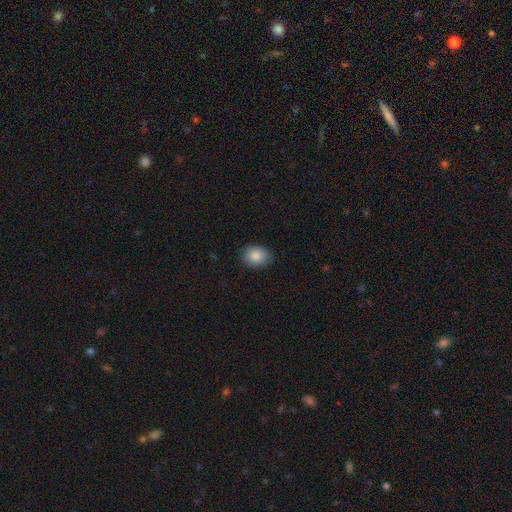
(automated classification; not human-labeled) Smooth or featured? smooth (87%)
How rounded? in between (66%)
Merging? none (84%)